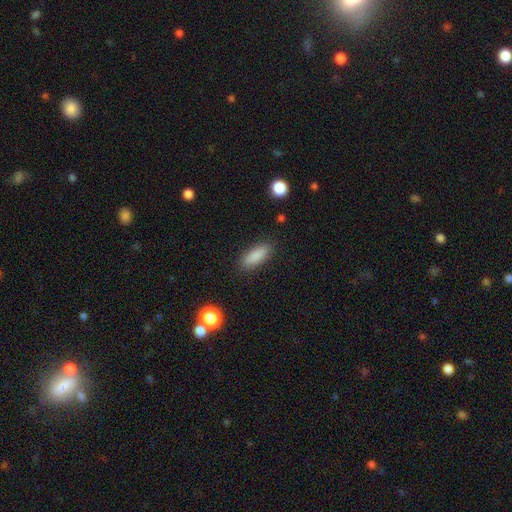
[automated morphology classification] This is clearly a smooth galaxy (87%). How rounded: likely in between (66%). Merging: clearly none (87%).